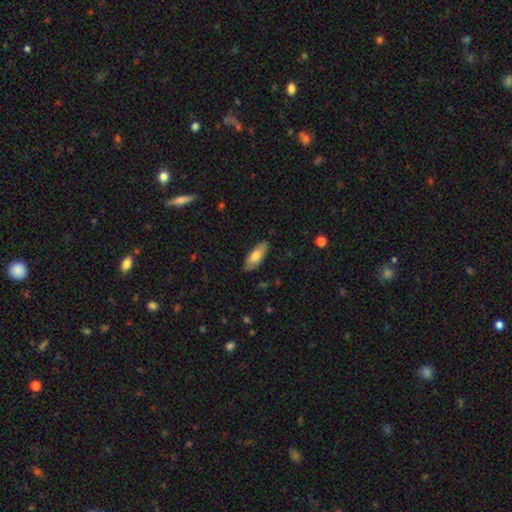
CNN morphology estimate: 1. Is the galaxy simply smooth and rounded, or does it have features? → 72% smooth, 22% featured or disk, 6% star or artifact.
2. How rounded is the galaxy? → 73% in between, 25% cigar-shaped, 2% round.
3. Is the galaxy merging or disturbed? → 86% none, 11% minor disturbance, 2% major disturbance, 1% merger.